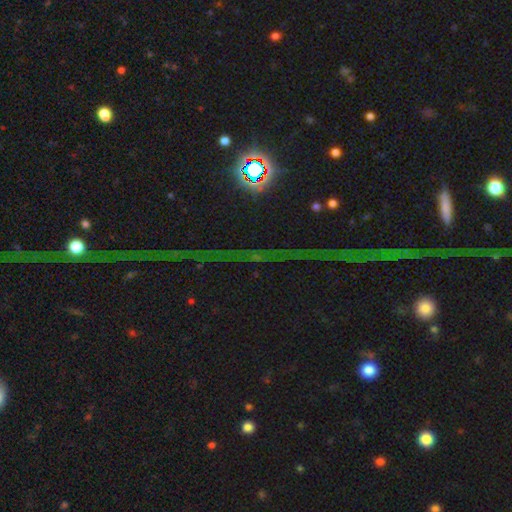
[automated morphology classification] star or artifact 81%, featured or disk 10%, smooth 9%.